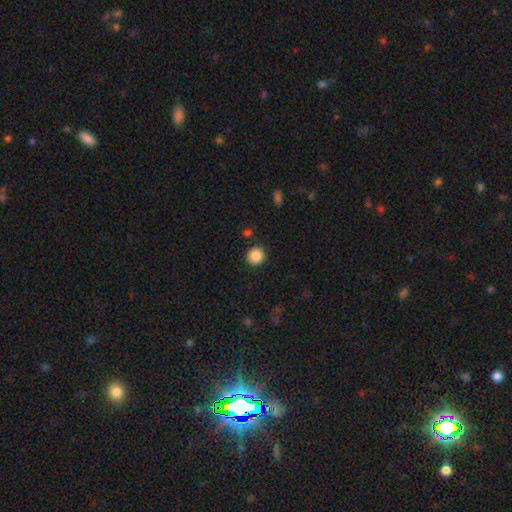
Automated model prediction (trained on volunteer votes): Q: Smooth or featured?
A: smooth (86%); runner-up: star or artifact (10%)
Q: How rounded?
A: round (92%); runner-up: in between (7%)
Q: Merging?
A: none (90%); runner-up: minor disturbance (6%)